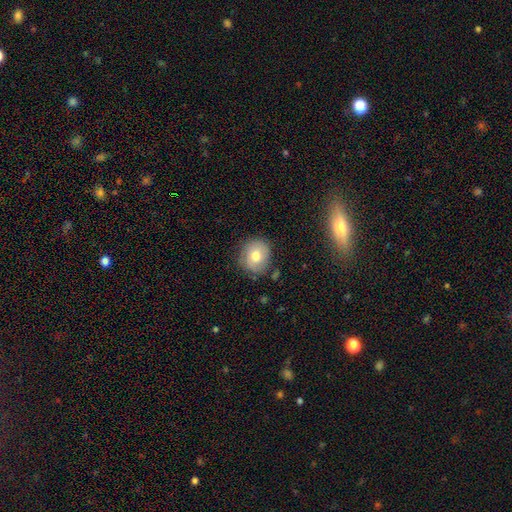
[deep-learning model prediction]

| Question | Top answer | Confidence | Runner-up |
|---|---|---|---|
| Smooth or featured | smooth | 71% | featured or disk (21%) |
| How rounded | round | 84% | in between (15%) |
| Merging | none | 76% | minor disturbance (17%) |